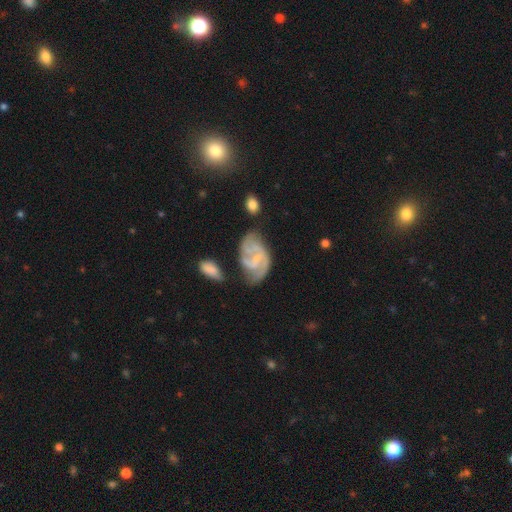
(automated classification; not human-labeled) Q: Smooth or featured?
A: featured or disk (78%); runner-up: smooth (15%)
Q: Edge-on disk?
A: no (97%); runner-up: yes (3%)
Q: Bar?
A: weak (49%); runner-up: no (36%)
Q: Spiral arms?
A: yes (90%); runner-up: no (10%)
Q: Spiral winding?
A: medium (46%); runner-up: tight (31%)
Q: Spiral arm count?
A: 2 (67%); runner-up: can't tell (16%)
Q: Bulge size?
A: small (56%); runner-up: none (29%)
Q: Merging?
A: none (50%); runner-up: minor disturbance (25%)